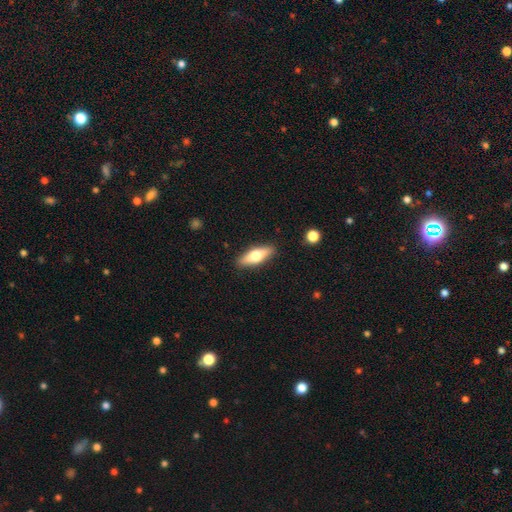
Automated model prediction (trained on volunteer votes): A smooth galaxy with no disk features (52%) that is in between round and cigar-shaped (54%). Merging: none (89%).